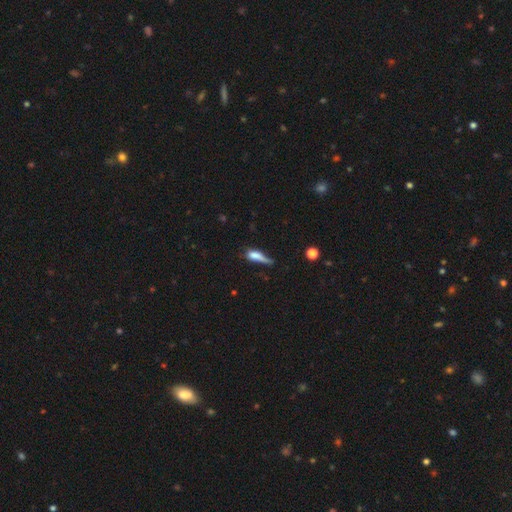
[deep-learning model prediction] A smooth galaxy with no disk features (66%) that is cigar-shaped (49%).

Vote fractions:
- Smooth or featured? smooth: 66% / featured or disk: 24% / star or artifact: 10%
- How rounded? cigar-shaped: 49% / in between: 46% / round: 5%
- Merging? minor disturbance: 33% / major disturbance: 31% / none: 27% / merger: 9%